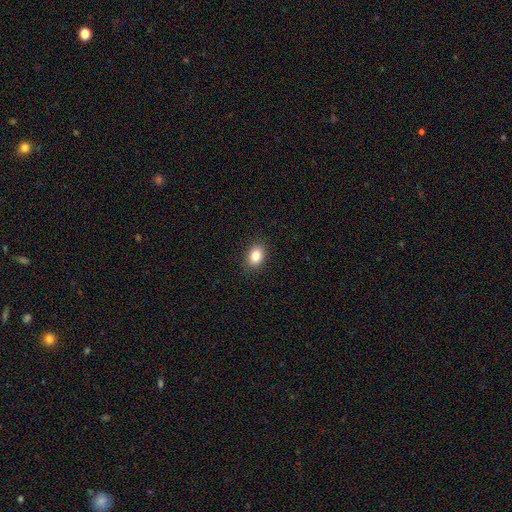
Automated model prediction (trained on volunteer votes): Overall: smooth (86%). How rounded: in between (78%). Merging: none (89%).